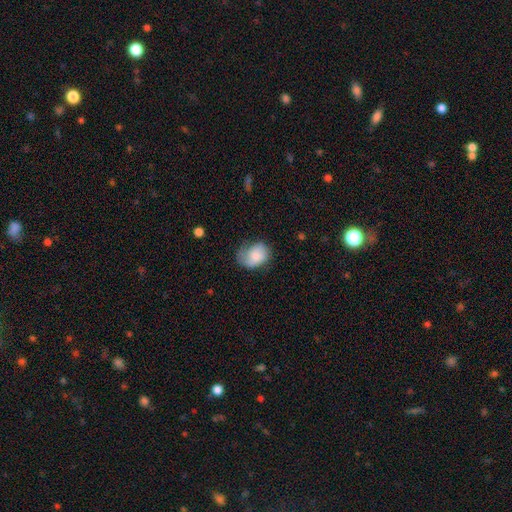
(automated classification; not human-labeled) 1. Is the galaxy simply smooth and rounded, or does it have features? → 72% smooth, 21% featured or disk, 7% star or artifact.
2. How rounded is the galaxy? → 63% in between, 36% round, 1% cigar-shaped.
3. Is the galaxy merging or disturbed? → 41% none, 36% minor disturbance, 21% major disturbance, 2% merger.